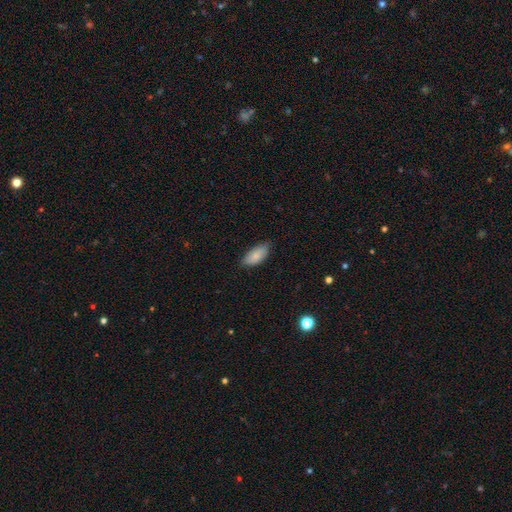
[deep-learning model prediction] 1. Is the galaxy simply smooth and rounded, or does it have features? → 84% smooth, 10% featured or disk, 6% star or artifact.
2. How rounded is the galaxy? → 90% in between, 7% cigar-shaped, 2% round.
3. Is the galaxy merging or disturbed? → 74% none, 22% minor disturbance, 3% major disturbance, 1% merger.